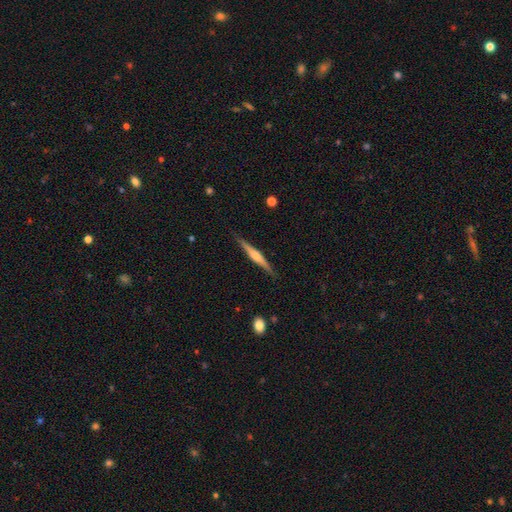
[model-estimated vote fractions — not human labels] Q: Smooth or featured?
A: featured or disk (68%); runner-up: smooth (26%)
Q: Edge-on disk?
A: yes (98%); runner-up: no (2%)
Q: Edge-on bulge?
A: rounded (76%); runner-up: boxy (16%)
Q: Merging?
A: none (88%); runner-up: minor disturbance (9%)